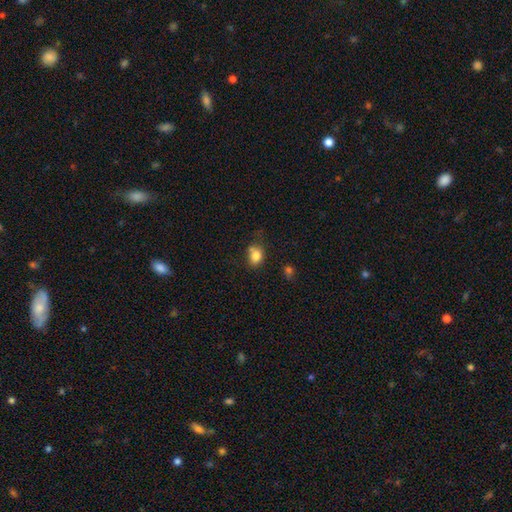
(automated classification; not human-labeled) Smooth or featured: smooth — 80% (star or artifact — 11%)
How rounded: round — 50% (in between — 49%)
Merging: none — 54% (minor disturbance — 26%)